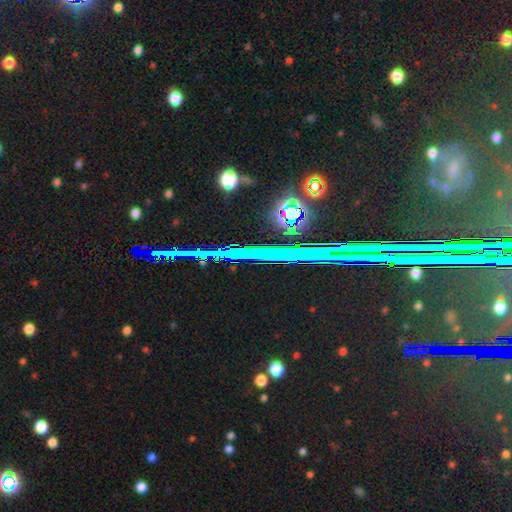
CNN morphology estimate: Smooth or featured: star or artifact — 74% (featured or disk — 16%)